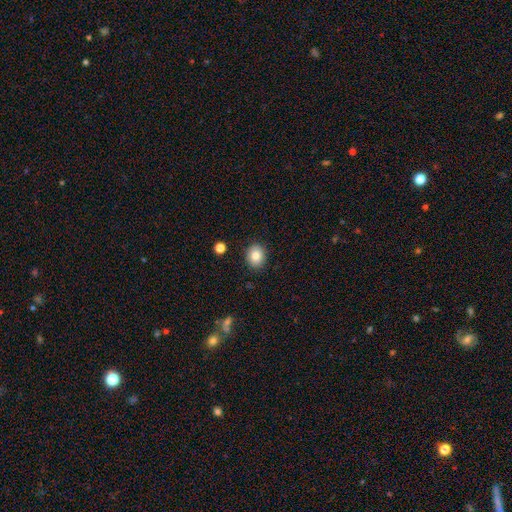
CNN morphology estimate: A smooth galaxy with no disk features (83%) that is round (66%). Merging: none (89%).